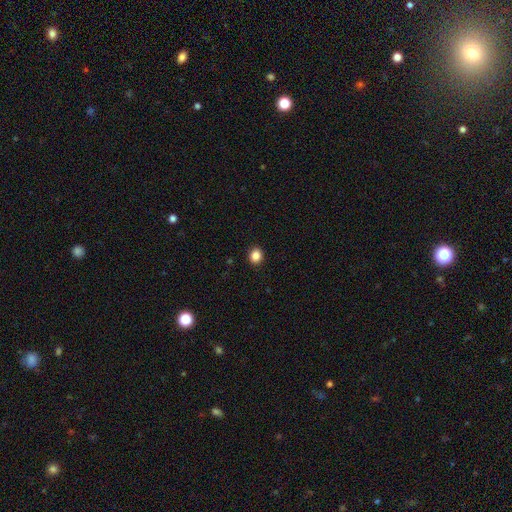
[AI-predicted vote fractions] Morphology: type=smooth (86%); roundness=round (74%); merging=none (92%).